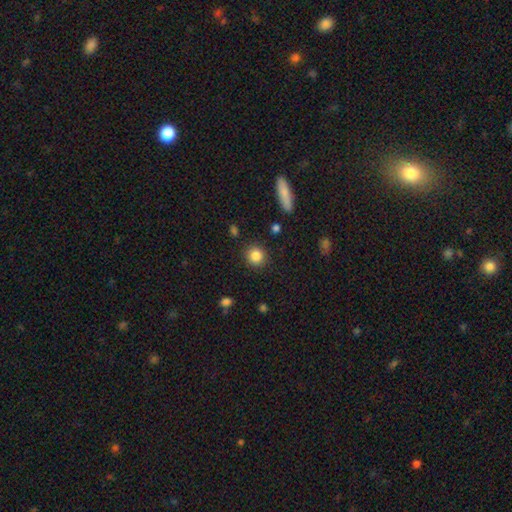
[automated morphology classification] type=smooth (85%); roundness=round (89%); merging=none (89%).